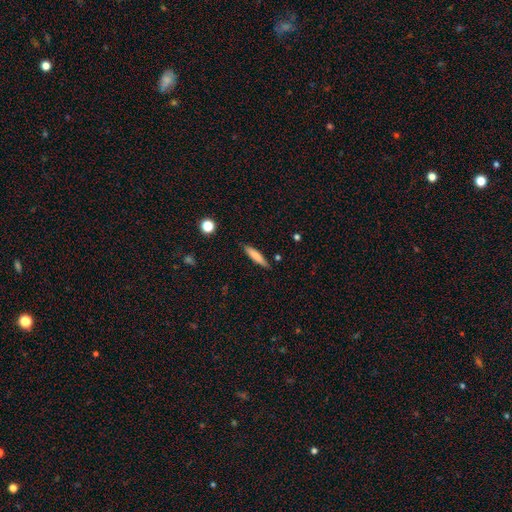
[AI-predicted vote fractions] smooth_or_featured: smooth (p=0.79) [alt: featured or disk p=0.14]
how_rounded: cigar-shaped (p=0.82) [alt: in between p=0.16]
merging: none (p=0.85) [alt: minor disturbance p=0.11]